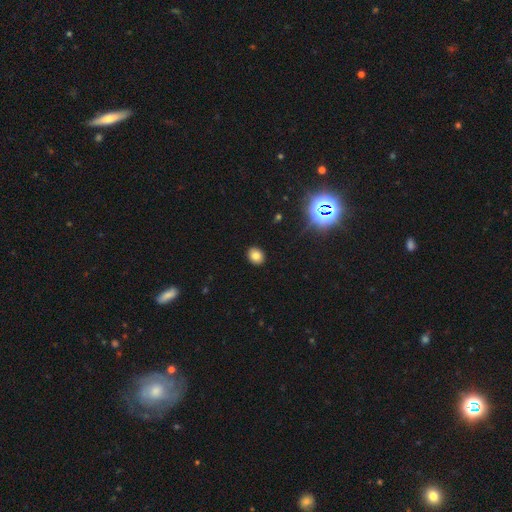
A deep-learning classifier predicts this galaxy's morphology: A smooth galaxy with no disk features (79%) that is round (51%).

Vote fractions:
- Smooth or featured? smooth: 79% / star or artifact: 14% / featured or disk: 7%
- How rounded? round: 51% / in between: 48% / cigar-shaped: 1%
- Merging? none: 91% / minor disturbance: 6% / major disturbance: 2% / merger: 1%